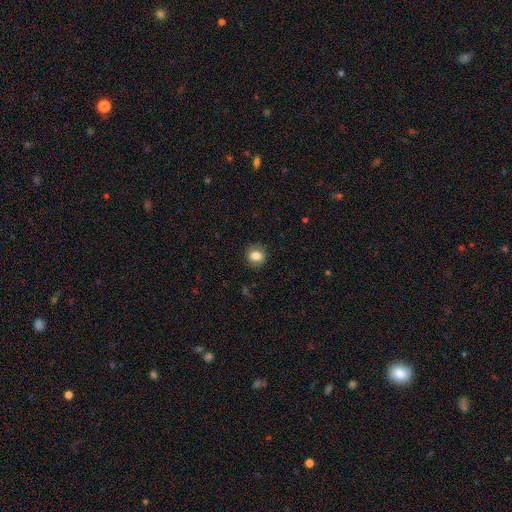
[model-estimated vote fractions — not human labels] smooth 82%, star or artifact 10%, featured or disk 8%. Down the decision tree: how rounded — round (82%); merging — none (85%).